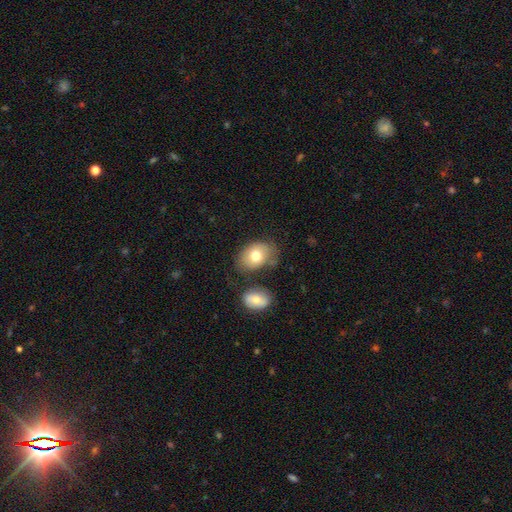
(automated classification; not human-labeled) Q: Smooth or featured?
A: smooth (74%); runner-up: featured or disk (18%)
Q: How rounded?
A: in between (75%); runner-up: round (24%)
Q: Merging?
A: none (61%); runner-up: minor disturbance (21%)